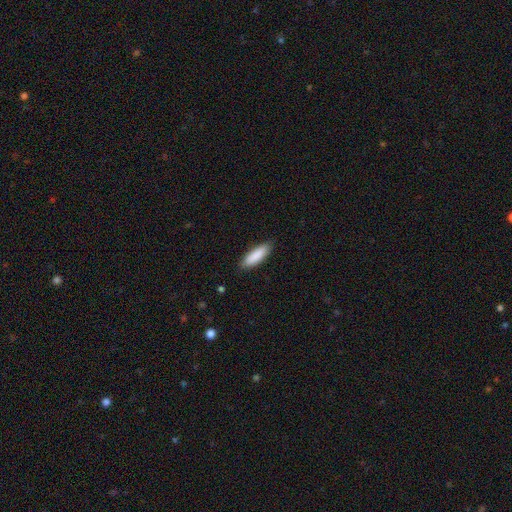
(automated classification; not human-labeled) Q: Smooth or featured?
A: smooth (89%); runner-up: featured or disk (6%)
Q: How rounded?
A: in between (51%); runner-up: cigar-shaped (48%)
Q: Merging?
A: none (88%); runner-up: minor disturbance (10%)